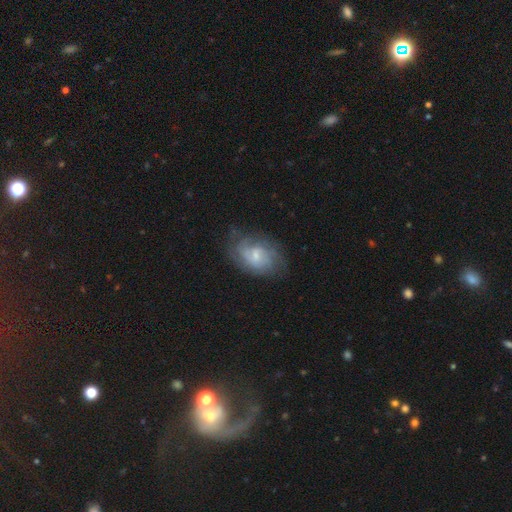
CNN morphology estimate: This appears to be a featured or disk galaxy (66%) with a weak bar (47%), tight (47%) spiral arms (85%) and a small central bulge (55%). Merging: none (65%).